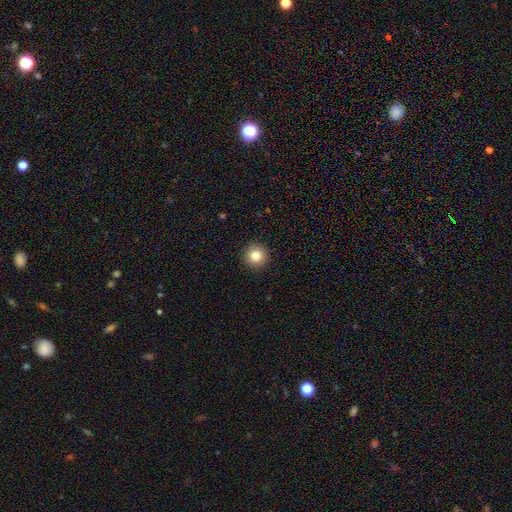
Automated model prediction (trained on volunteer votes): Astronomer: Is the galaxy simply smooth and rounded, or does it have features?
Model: smooth — 81%.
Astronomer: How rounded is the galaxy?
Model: round — 95%.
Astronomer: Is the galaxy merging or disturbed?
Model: none — 93%.